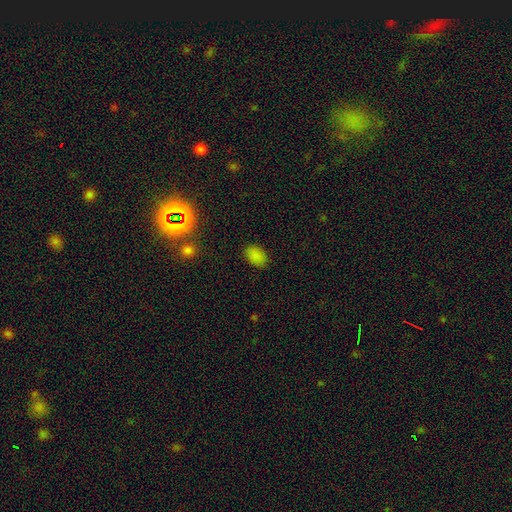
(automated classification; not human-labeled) Overall: smooth (82%). How rounded: in between (84%). Merging: none (85%).